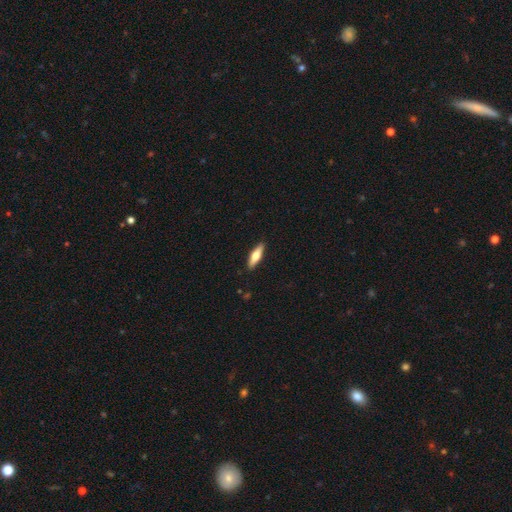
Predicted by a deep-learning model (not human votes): Smooth or featured?
  - smooth: 59% *
  - featured or disk: 36%
  - star or artifact: 5%
How rounded?
  - cigar-shaped: 59% *
  - in between: 39%
  - round: 2%
Merging?
  - none: 90% *
  - minor disturbance: 7%
  - major disturbance: 2%
  - merger: 1%